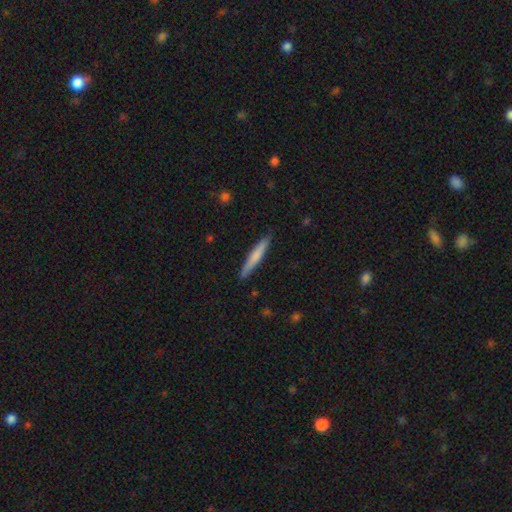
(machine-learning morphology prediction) smooth 65%, featured or disk 30%, star or artifact 5%. Down the decision tree: how rounded — cigar-shaped (95%); merging — none (89%).